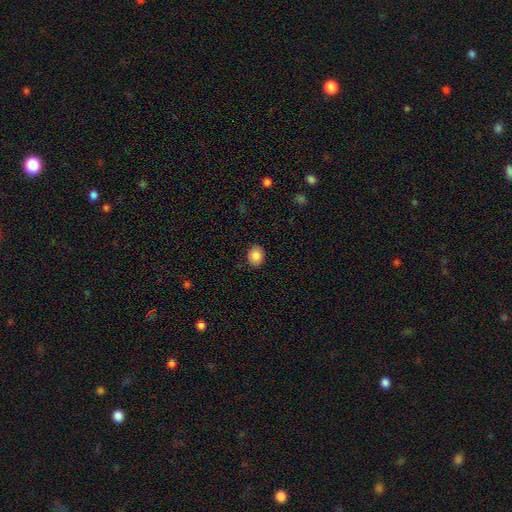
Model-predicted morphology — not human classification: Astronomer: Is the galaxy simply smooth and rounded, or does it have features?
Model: smooth — 87%.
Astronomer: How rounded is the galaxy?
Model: round — 60% (runner-up: in between, 39%).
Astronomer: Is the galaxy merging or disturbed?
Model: none — 89%.